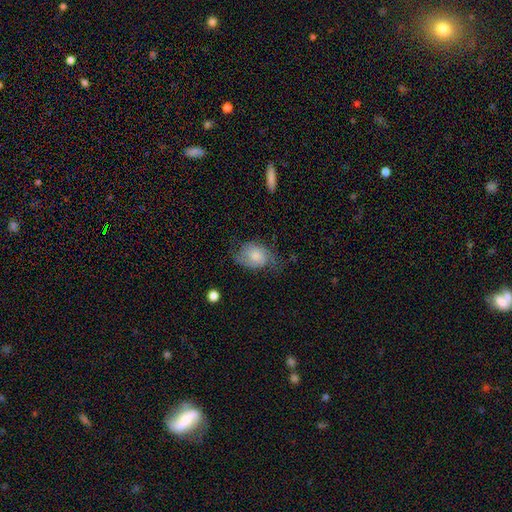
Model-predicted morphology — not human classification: smooth_or_featured: smooth (p=0.51) [alt: featured or disk p=0.41]
how_rounded: in between (p=0.66) [alt: round p=0.33]
merging: none (p=0.47) [alt: minor disturbance p=0.31]